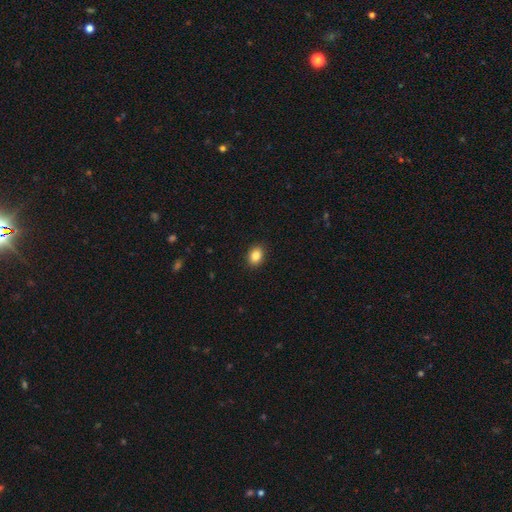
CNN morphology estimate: Overall: smooth (86%). How rounded: in between (69%; round 30%). Merging: none (90%).